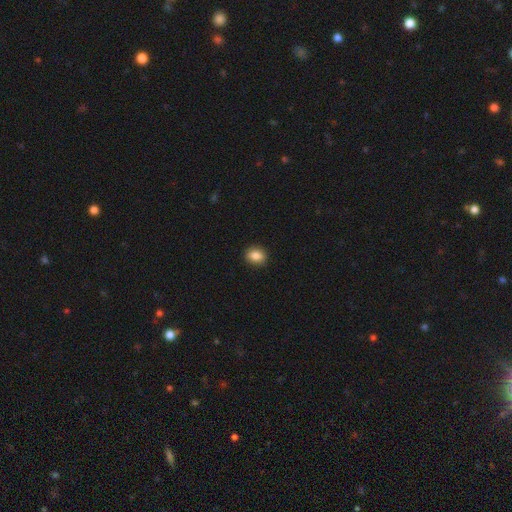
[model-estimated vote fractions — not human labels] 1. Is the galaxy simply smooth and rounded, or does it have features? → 87% smooth, 9% star or artifact, 5% featured or disk.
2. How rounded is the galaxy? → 51% round, 48% in between, 1% cigar-shaped.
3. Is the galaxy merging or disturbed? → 90% none, 7% minor disturbance, 2% major disturbance, 1% merger.